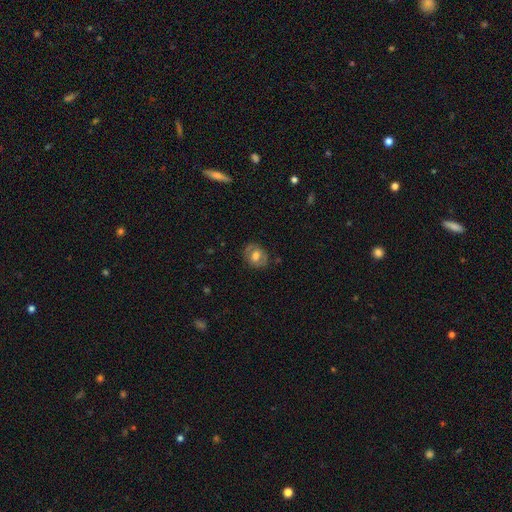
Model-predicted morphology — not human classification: Q: Smooth or featured?
A: smooth (54%); runner-up: featured or disk (38%)
Q: How rounded?
A: in between (51%); runner-up: round (48%)
Q: Merging?
A: none (77%); runner-up: minor disturbance (16%)